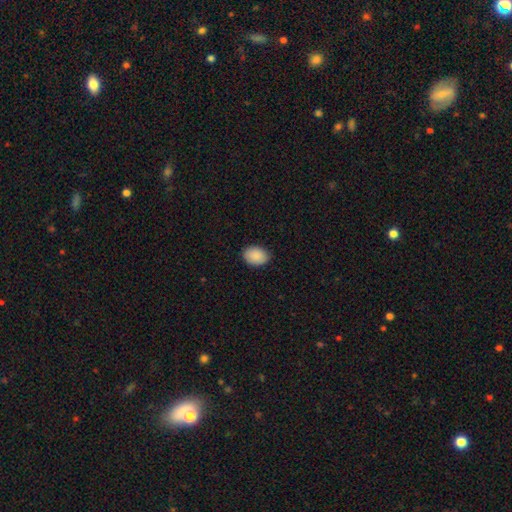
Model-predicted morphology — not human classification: This appears to be a smooth galaxy with no disk features (90%) that is in between round and cigar-shaped (76%). Merging: none (87%).